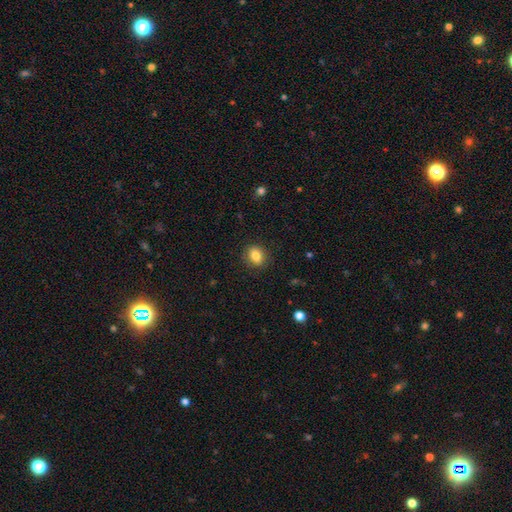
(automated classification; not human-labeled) This appears to be a smooth galaxy with no disk features (83%) that is in between round and cigar-shaped (51%). Merging: none (86%).